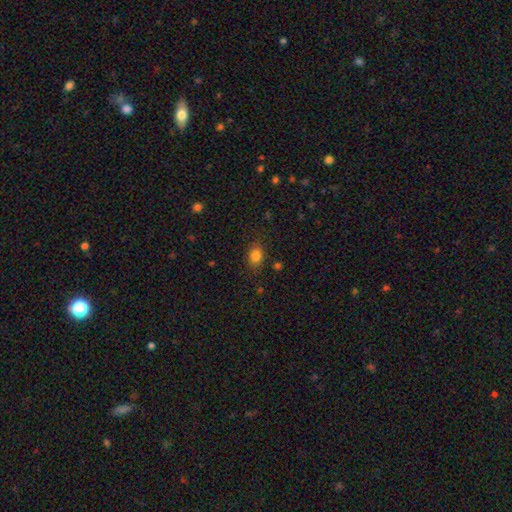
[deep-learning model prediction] smooth 82%, star or artifact 12%, featured or disk 6%. Down the decision tree: how rounded — in between (61%); merging — none (82%).